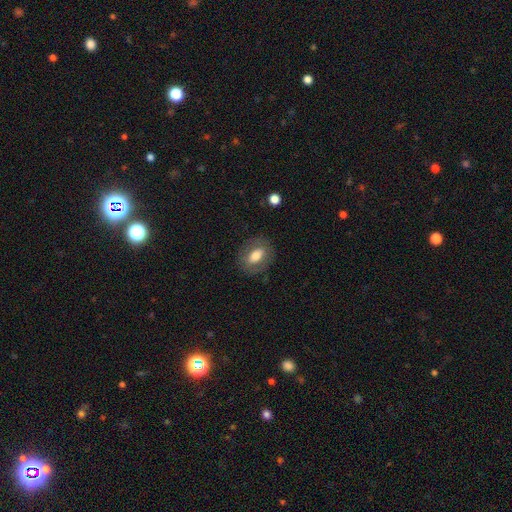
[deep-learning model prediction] A smooth galaxy with no disk features (64%) that is in between round and cigar-shaped (78%). Merging: none (80%).